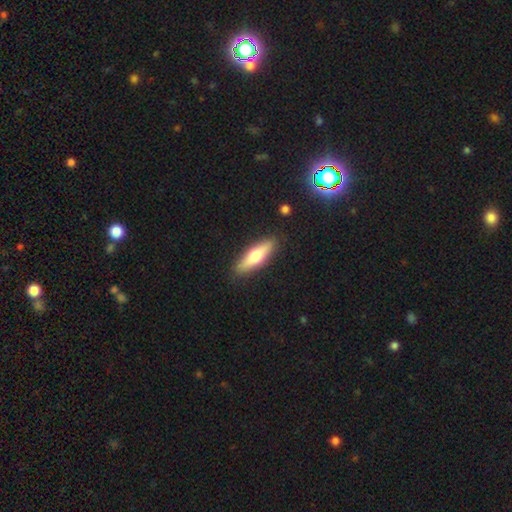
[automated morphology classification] Q: Smooth or featured?
A: smooth (56%); runner-up: featured or disk (39%)
Q: How rounded?
A: cigar-shaped (59%); runner-up: in between (39%)
Q: Merging?
A: none (88%); runner-up: minor disturbance (9%)